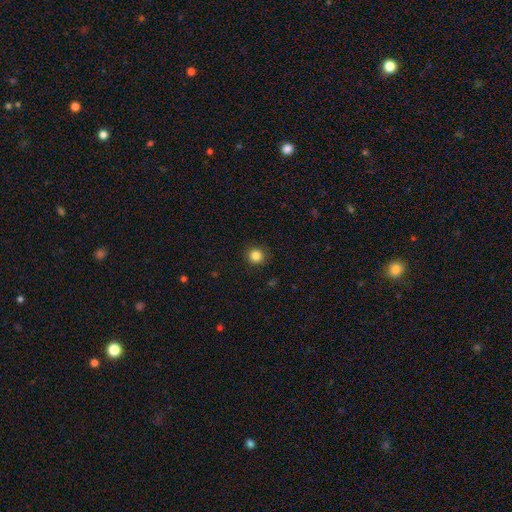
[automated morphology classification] Smooth or featured: smooth — 84% (star or artifact — 11%)
How rounded: round — 93% (in between — 6%)
Merging: none — 91% (minor disturbance — 6%)